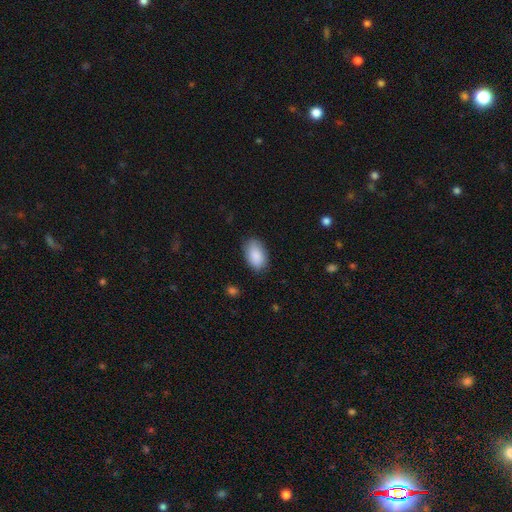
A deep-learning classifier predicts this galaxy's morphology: Q: Smooth or featured?
A: smooth (89%); runner-up: star or artifact (6%)
Q: How rounded?
A: in between (93%); runner-up: round (6%)
Q: Merging?
A: none (81%); runner-up: minor disturbance (15%)